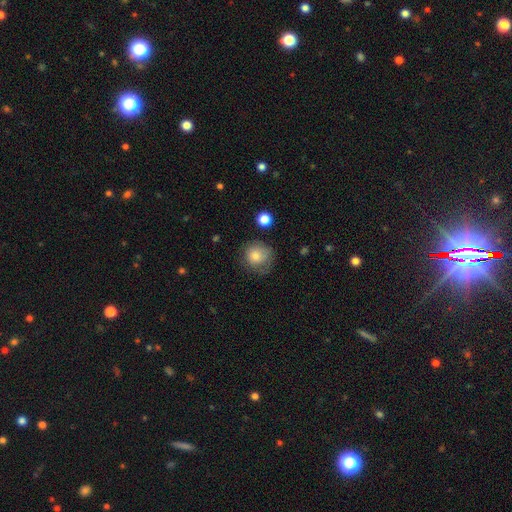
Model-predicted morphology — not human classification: This is likely a smooth galaxy (77%). How rounded: clearly round (86%). Merging: likely none (60%).